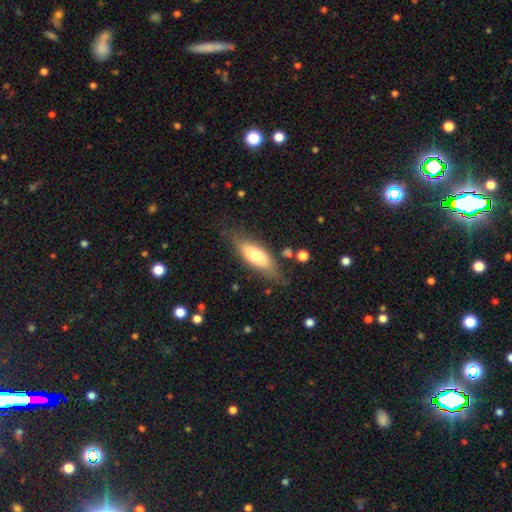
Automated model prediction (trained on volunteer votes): Q: Smooth or featured?
A: smooth (64%); runner-up: featured or disk (30%)
Q: How rounded?
A: in between (70%); runner-up: cigar-shaped (28%)
Q: Merging?
A: none (72%); runner-up: minor disturbance (20%)